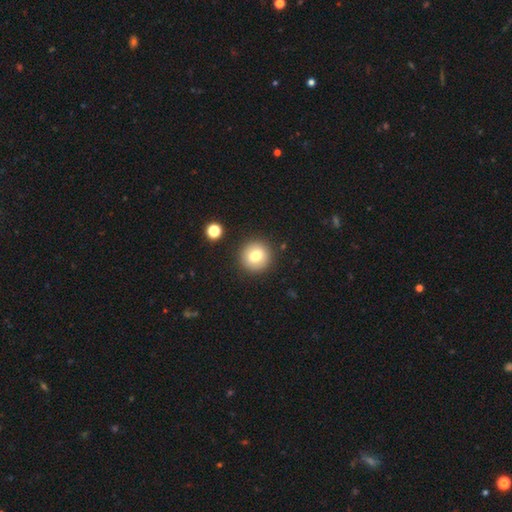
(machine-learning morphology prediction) Q: Smooth or featured?
A: smooth (76%); runner-up: featured or disk (14%)
Q: How rounded?
A: round (93%); runner-up: in between (6%)
Q: Merging?
A: none (89%); runner-up: minor disturbance (6%)